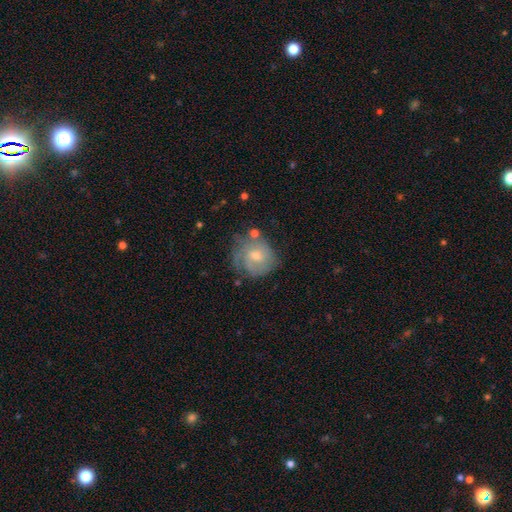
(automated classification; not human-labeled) A featured or disk galaxy (58%) with no bar (67%), spiral arms (80%) and a moderate central bulge (52%).

Vote fractions:
- Smooth or featured? featured or disk: 58% / smooth: 32% / star or artifact: 10%
- Edge-on disk? no: 97% / yes: 3%
- Bar? no: 67% / weak: 29% / strong: 4%
- Spiral arms? yes: 80% / no: 20%
- Bulge size? moderate: 52% / small: 41% / none: 3% / large: 3% / dominant: 1%
- Merging? none: 62% / minor disturbance: 22% / major disturbance: 10% / merger: 5%